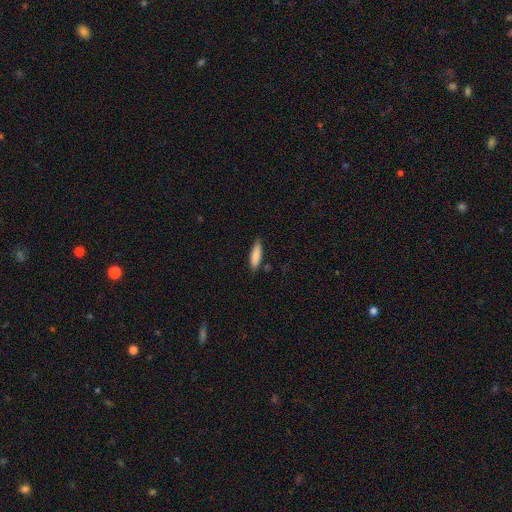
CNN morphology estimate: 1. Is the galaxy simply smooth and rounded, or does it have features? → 85% smooth, 9% featured or disk, 6% star or artifact.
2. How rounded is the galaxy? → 61% cigar-shaped, 37% in between, 1% round.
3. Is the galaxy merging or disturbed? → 82% none, 13% minor disturbance, 2% major disturbance, 2% merger.